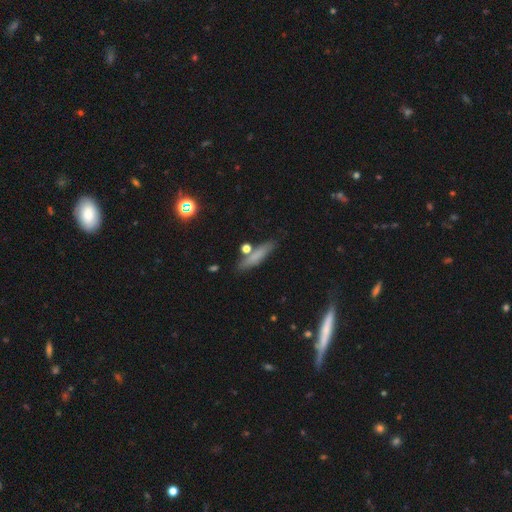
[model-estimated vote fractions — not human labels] Smooth or featured? Predicted: smooth (p=0.72). How rounded? Predicted: cigar-shaped (p=0.81). Merging? Predicted: none (p=0.79).